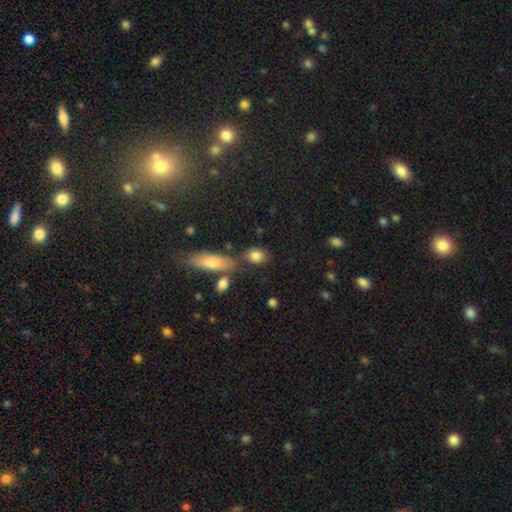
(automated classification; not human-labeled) Smooth or featured: smooth — 83% (star or artifact — 9%)
How rounded: in between — 64% (round — 31%)
Merging: none — 70% (minor disturbance — 14%)